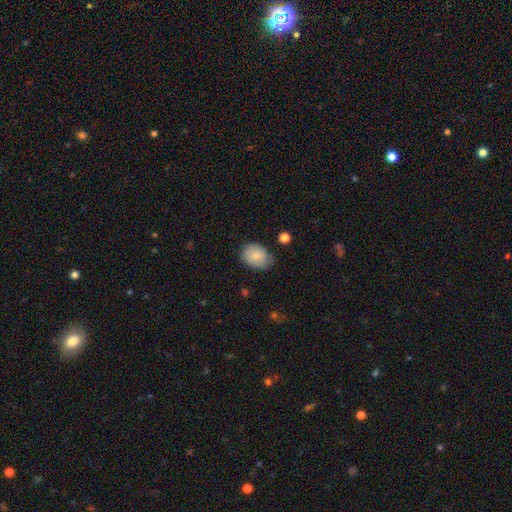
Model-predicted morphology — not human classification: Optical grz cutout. It shows a smooth galaxy with no disk features (82%) that is in between round and cigar-shaped (68%). Merging: none (70%).